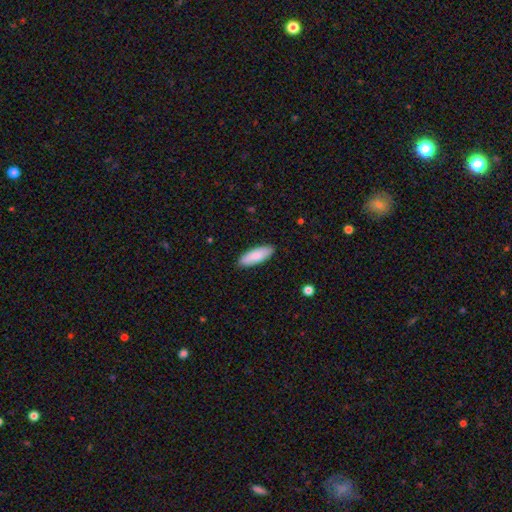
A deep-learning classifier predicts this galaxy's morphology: A smooth galaxy with no disk features (86%) that is in between round and cigar-shaped (64%). Merging: none (89%).